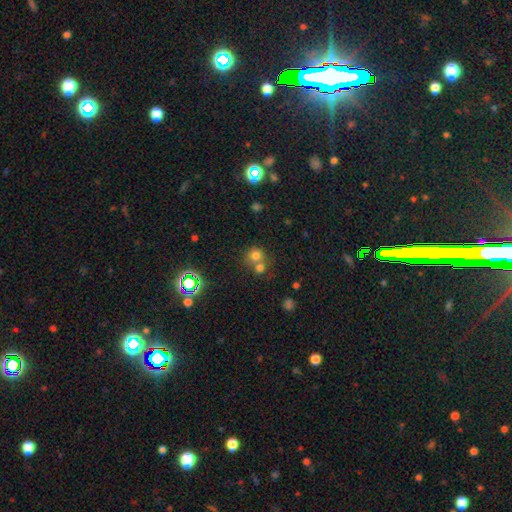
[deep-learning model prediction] Morphology: type=smooth (70%); roundness=round (84%); merging=merger (46%).